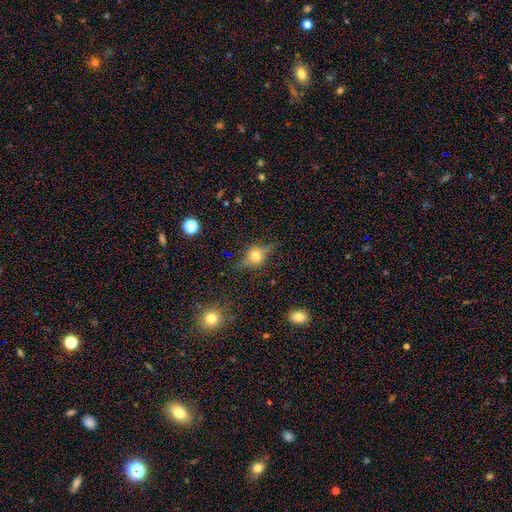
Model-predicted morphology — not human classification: featured or disk 45%, smooth 41%, star or artifact 14%. Down the decision tree: merging — none (78%).